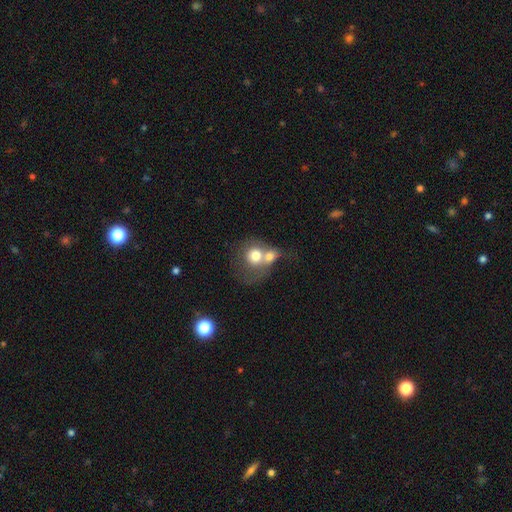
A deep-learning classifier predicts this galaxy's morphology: smooth-or-featured: smooth: 67% | featured or disk: 25% | star or artifact: 8%
  how-rounded: round: 74% | in between: 25% | cigar-shaped: 1%
  merging: merger: 71% | none: 15% | major disturbance: 7% | minor disturbance: 6%